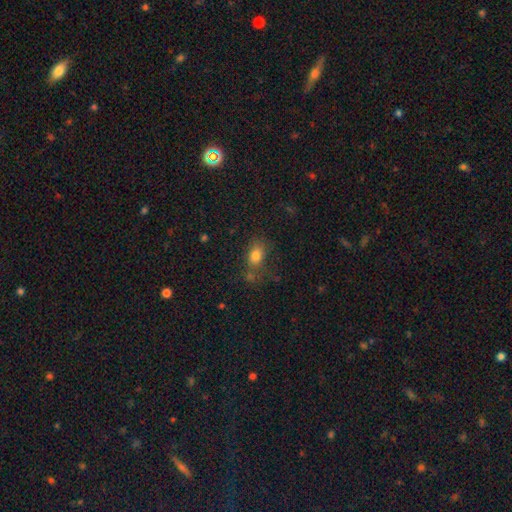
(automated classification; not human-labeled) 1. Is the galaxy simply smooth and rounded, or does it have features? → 79% smooth, 12% star or artifact, 9% featured or disk.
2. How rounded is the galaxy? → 75% in between, 23% round, 2% cigar-shaped.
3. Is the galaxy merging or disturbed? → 60% none, 19% minor disturbance, 13% merger, 9% major disturbance.